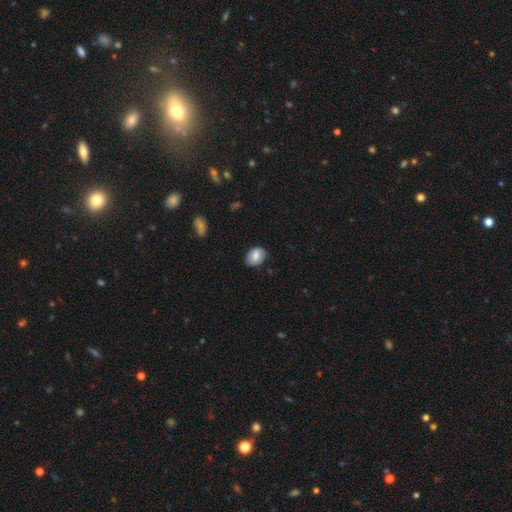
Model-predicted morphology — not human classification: smooth-or-featured: smooth: 77% | featured or disk: 16% | star or artifact: 7%
  how-rounded: in between: 70% | round: 29% | cigar-shaped: 1%
  merging: none: 82% | minor disturbance: 14% | major disturbance: 3% | merger: 1%